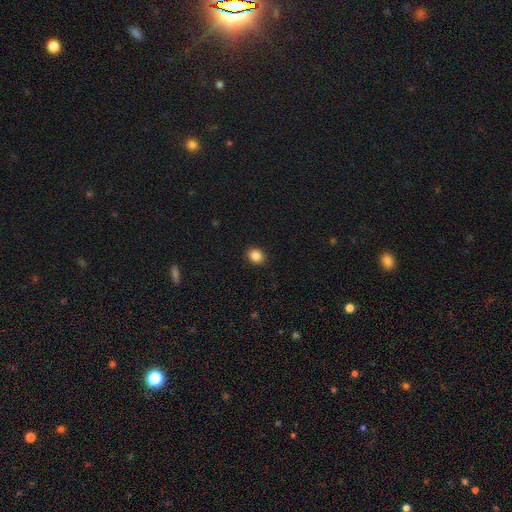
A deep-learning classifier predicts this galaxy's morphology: The model was most divided on "how rounded": round: 54%, in between: 45%, cigar-shaped: 1%. More confident: merging — none (91%); smooth or featured — smooth (87%).